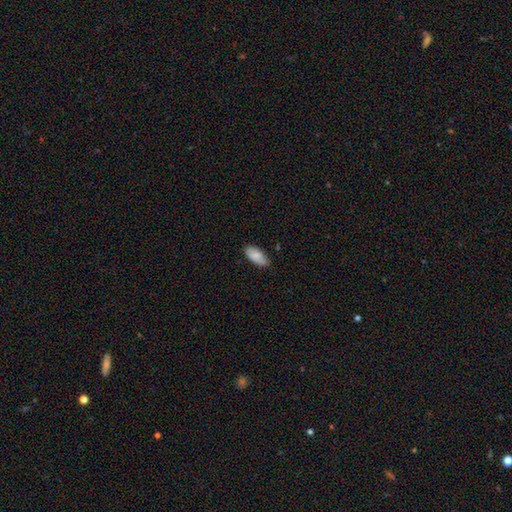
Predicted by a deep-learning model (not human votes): Smooth or featured: smooth — 85% (featured or disk — 9%)
How rounded: in between — 90% (cigar-shaped — 8%)
Merging: none — 79% (minor disturbance — 18%)